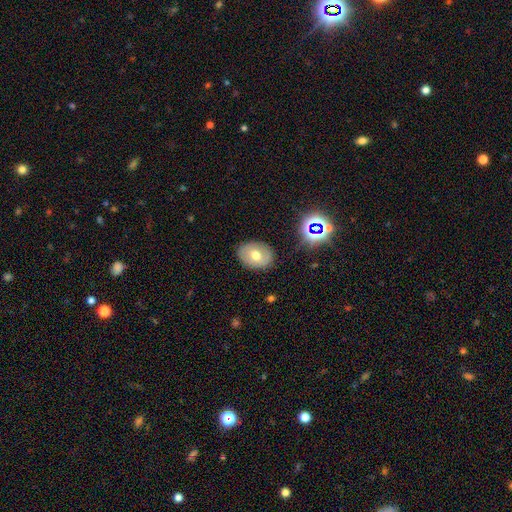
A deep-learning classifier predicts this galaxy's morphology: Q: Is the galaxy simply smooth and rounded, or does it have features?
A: smooth — 59%.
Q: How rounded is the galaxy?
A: in between — 65%.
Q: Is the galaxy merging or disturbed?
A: none — 82%.